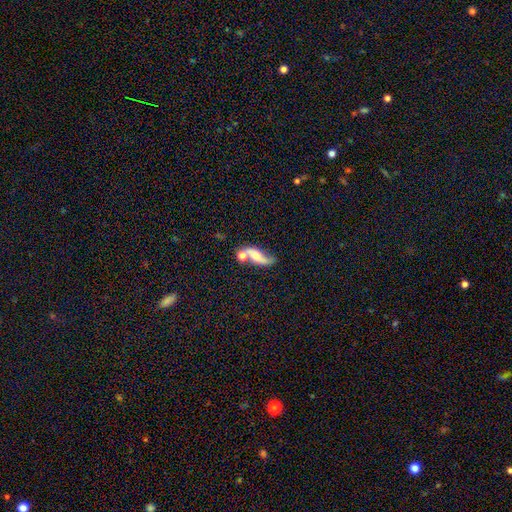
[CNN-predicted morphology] Smooth or featured?
  - featured or disk: 59% *
  - smooth: 32%
  - star or artifact: 9%
Edge-on disk?
  - no: 85% *
  - yes: 15%
Merging?
  - none: 38% *
  - merger: 35%
  - minor disturbance: 16%
  - major disturbance: 11%